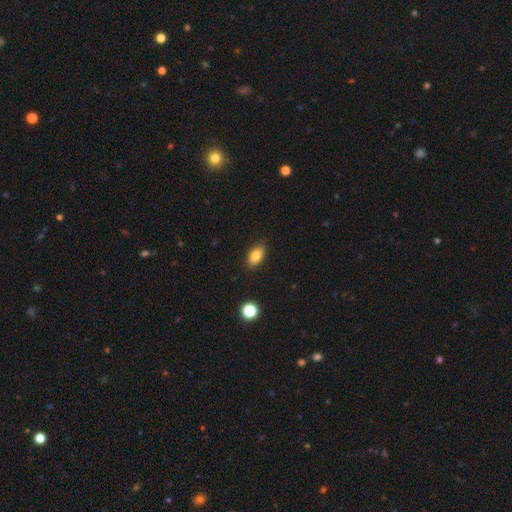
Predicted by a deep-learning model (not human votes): smooth 83%, star or artifact 9%, featured or disk 9%. Down the decision tree: how rounded — in between (88%); merging — none (82%).